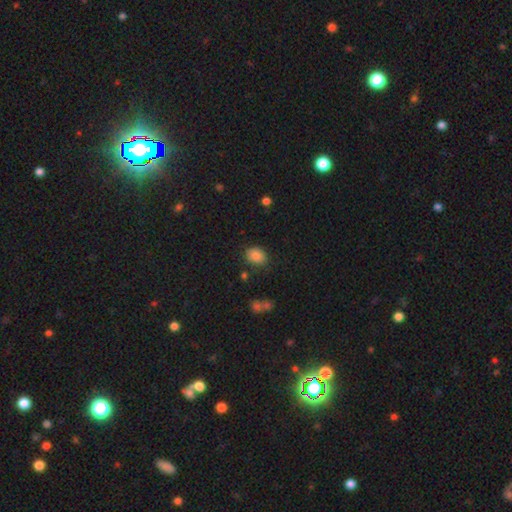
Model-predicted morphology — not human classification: This appears to be a smooth galaxy with no disk features (85%) that is in between round and cigar-shaped (66%). Merging: none (79%).